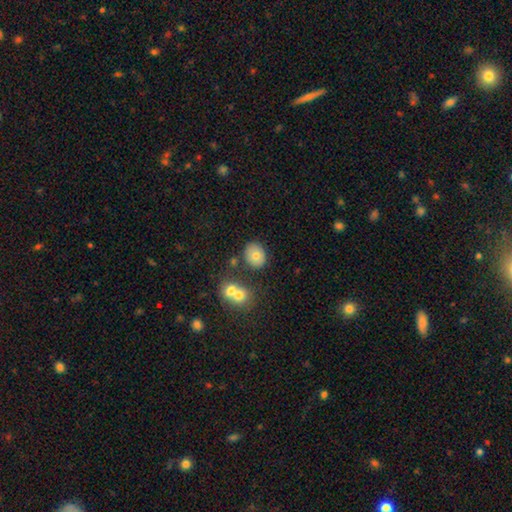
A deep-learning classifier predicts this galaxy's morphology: Smooth or featured? smooth (75%)
How rounded? round (63%)
Merging? none (73%)